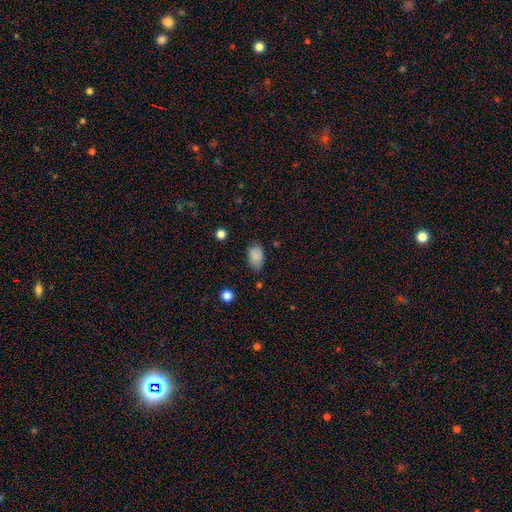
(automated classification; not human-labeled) This is clearly a smooth galaxy (86%). How rounded: clearly in between (89%). Merging: likely none (68%).